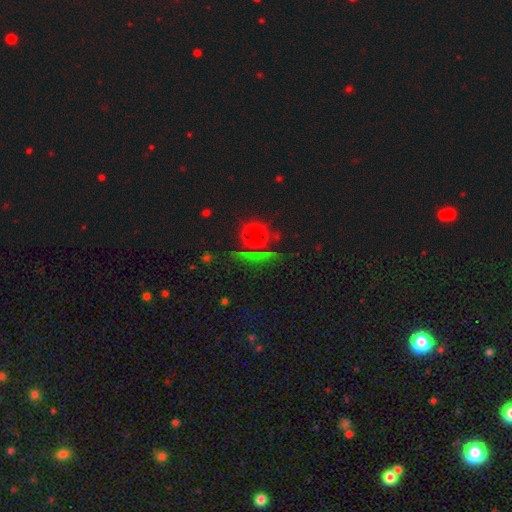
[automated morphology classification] Smooth or featured?
  - star or artifact: 64% *
  - smooth: 23%
  - featured or disk: 13%